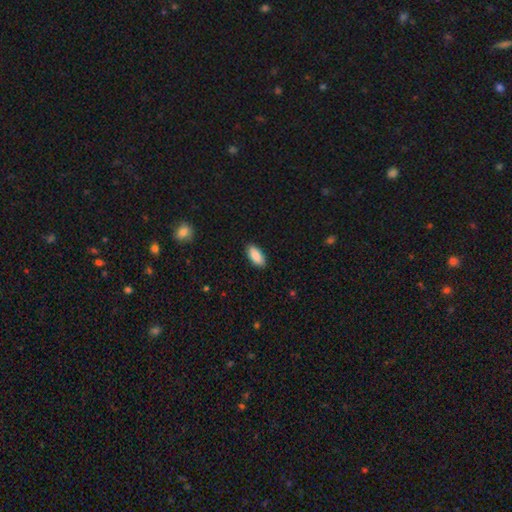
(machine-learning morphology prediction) Smooth or featured? Predicted: smooth (p=0.89). How rounded? Predicted: in between (p=0.88). Merging? Predicted: none (p=0.90).